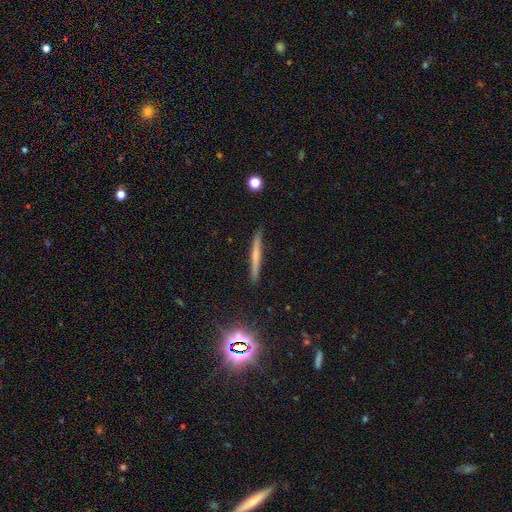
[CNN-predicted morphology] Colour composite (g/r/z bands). It shows a smooth galaxy with no disk features (51%) that is cigar-shaped (95%). Merging: none (89%).